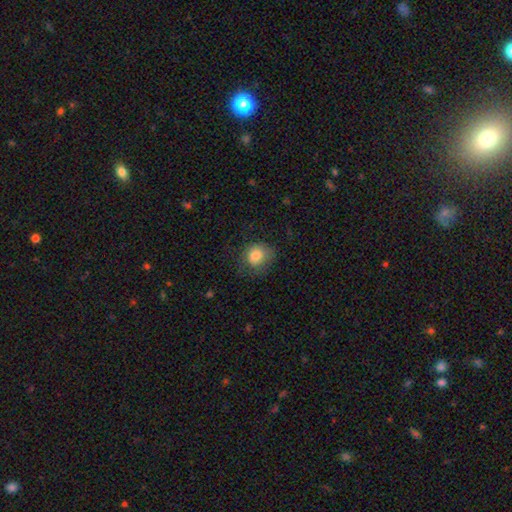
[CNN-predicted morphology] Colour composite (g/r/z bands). It shows a smooth galaxy with no disk features (81%) that is round (74%). Merging: none (62%).